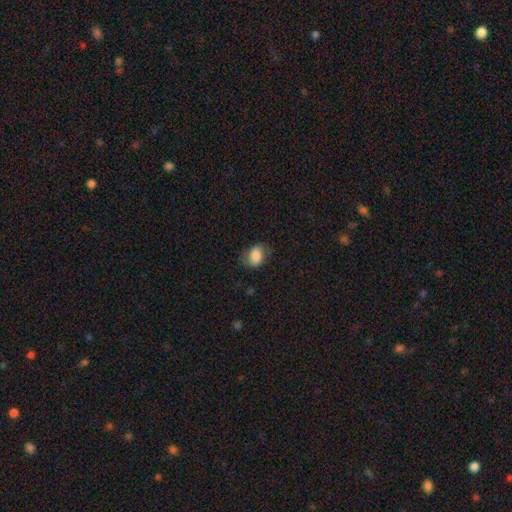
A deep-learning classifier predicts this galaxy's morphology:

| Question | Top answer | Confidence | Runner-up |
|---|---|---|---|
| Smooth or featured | smooth | 73% | featured or disk (18%) |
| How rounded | in between | 73% | round (26%) |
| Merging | none | 67% | minor disturbance (22%) |